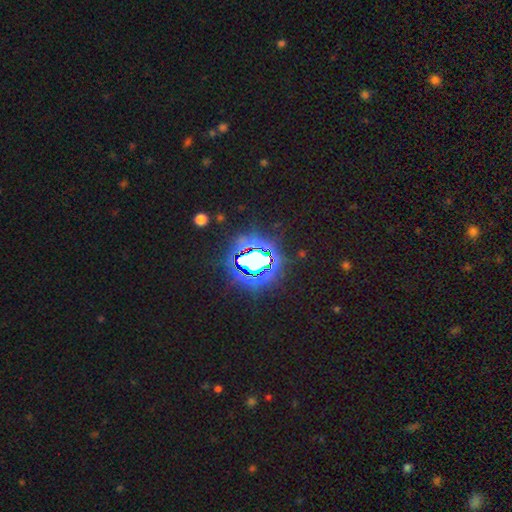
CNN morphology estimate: A star or artifact, not a galaxy (71%).